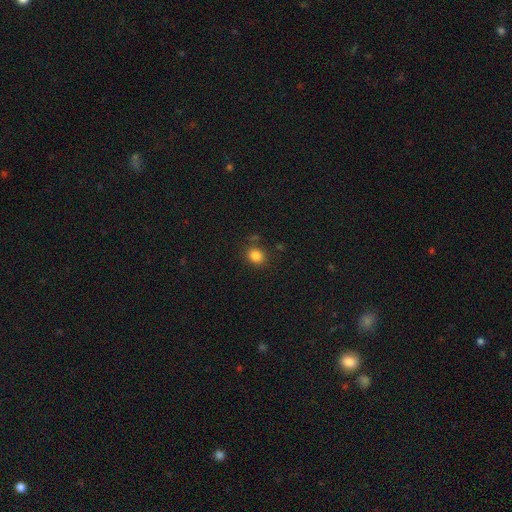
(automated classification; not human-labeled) Smooth or featured: smooth — 84% (star or artifact — 12%)
How rounded: round — 69% (in between — 30%)
Merging: none — 81% (minor disturbance — 11%)